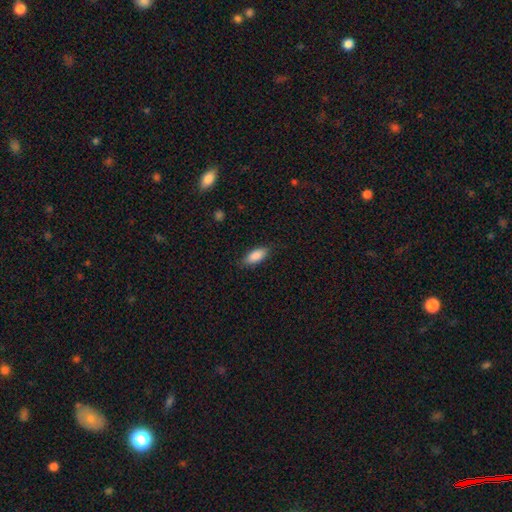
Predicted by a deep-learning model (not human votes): Morphology: type=smooth (87%); roundness=in between (83%); merging=none (83%).